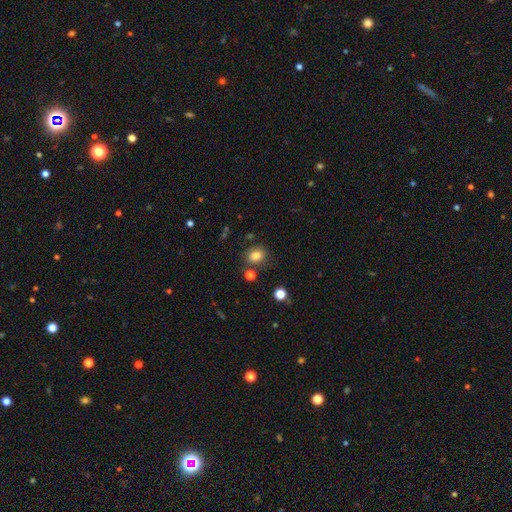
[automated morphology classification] smooth 83%, star or artifact 11%, featured or disk 6%. Down the decision tree: how rounded — round (52%); merging — none (79%).